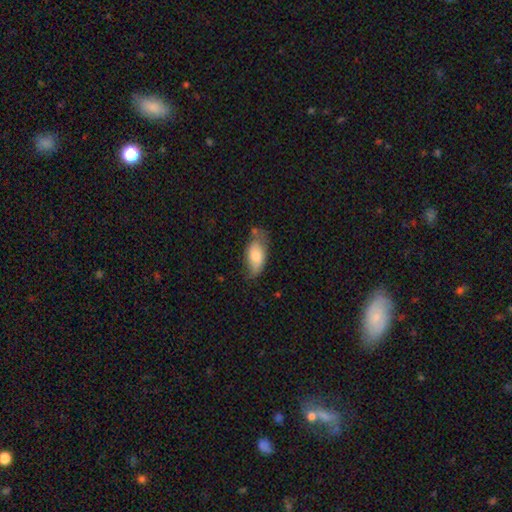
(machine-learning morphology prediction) A smooth galaxy with no disk features (72%) that is in between round and cigar-shaped (91%). Merging: none (54%).